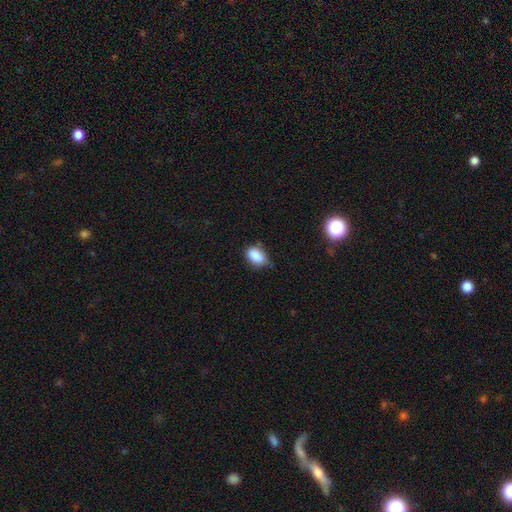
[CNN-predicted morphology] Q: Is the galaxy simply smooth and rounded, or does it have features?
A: smooth — 85%.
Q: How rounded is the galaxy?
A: in between — 84%.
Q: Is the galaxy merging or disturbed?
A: none — 52%.